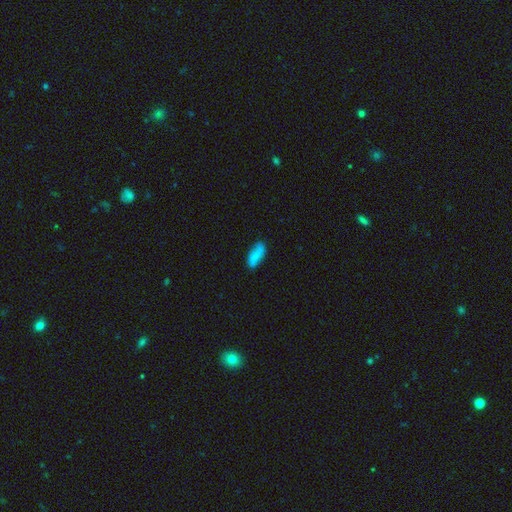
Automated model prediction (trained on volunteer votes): Smooth or featured? smooth (79%)
How rounded? in between (78%)
Merging? none (68%)